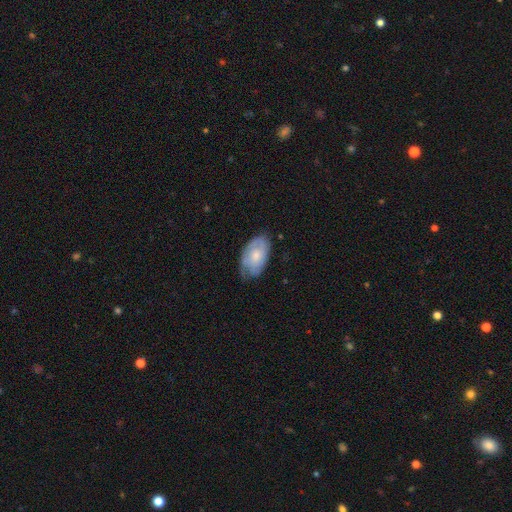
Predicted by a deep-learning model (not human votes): The model was most divided on "smooth or featured" (2-way tie): smooth: 47%, featured or disk: 47%, star or artifact: 6%. More confident: merging — none (58%).